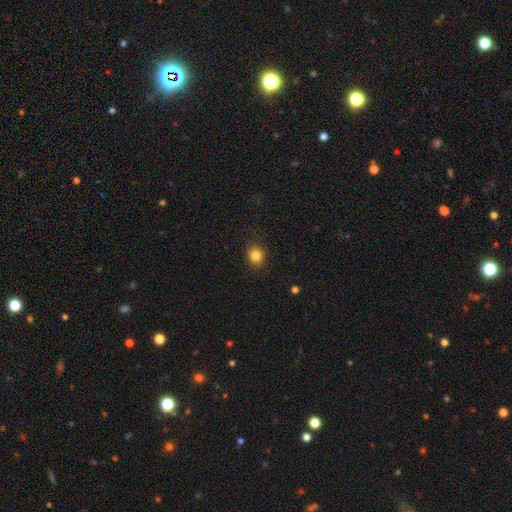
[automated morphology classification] smooth 84%, star or artifact 11%, featured or disk 5%. Down the decision tree: how rounded — round (84%); merging — none (89%).